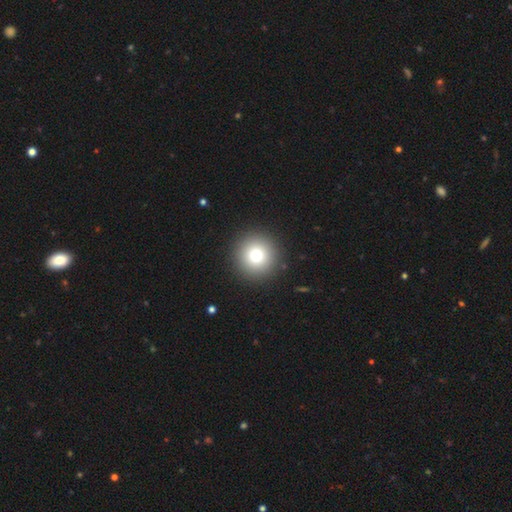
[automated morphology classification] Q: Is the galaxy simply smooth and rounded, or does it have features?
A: smooth — 76%.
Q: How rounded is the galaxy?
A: round — 96%.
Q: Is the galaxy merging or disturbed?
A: none — 93%.